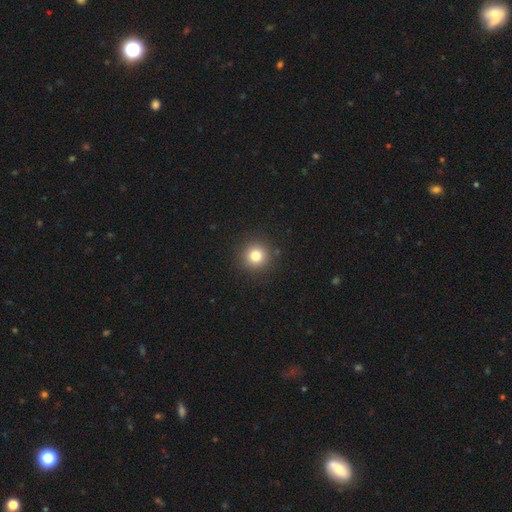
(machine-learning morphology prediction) Smooth or featured: smooth — 80% (star or artifact — 13%)
How rounded: round — 95% (in between — 4%)
Merging: none — 91% (minor disturbance — 5%)